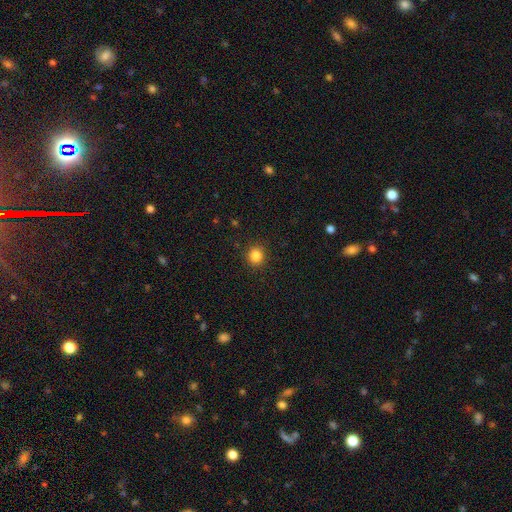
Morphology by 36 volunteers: Smooth or featured? smooth (92%)
How rounded? round (97%)
Merging? none (97%)